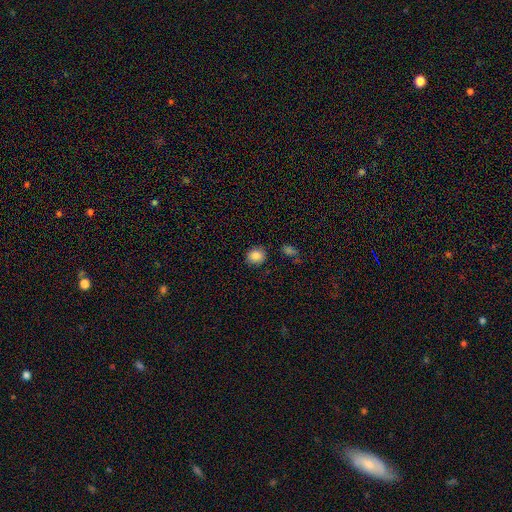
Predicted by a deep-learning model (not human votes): Smooth or featured: smooth — 86% (star or artifact — 10%)
How rounded: round — 77% (in between — 22%)
Merging: none — 87% (minor disturbance — 8%)